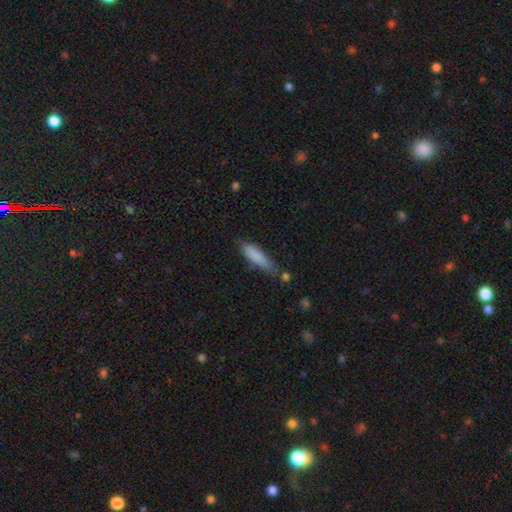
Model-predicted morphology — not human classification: A smooth galaxy with no disk features (82%) that is cigar-shaped (68%).

Vote fractions:
- Smooth or featured? smooth: 82% / featured or disk: 11% / star or artifact: 7%
- How rounded? cigar-shaped: 68% / in between: 30% / round: 2%
- Merging? none: 57% / minor disturbance: 30% / major disturbance: 8% / merger: 6%